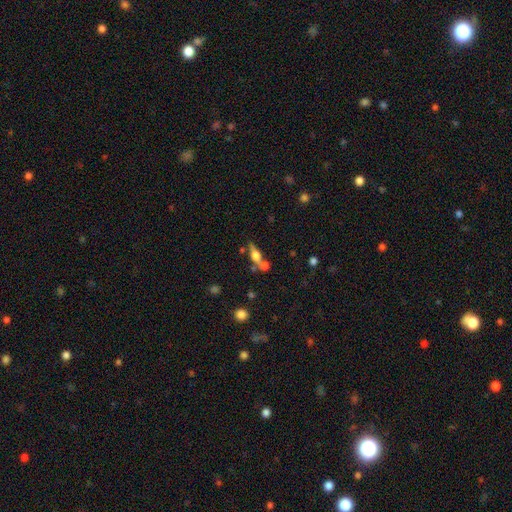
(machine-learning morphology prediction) type=smooth (51%); roundness=in between (56%); merging=none (46%).